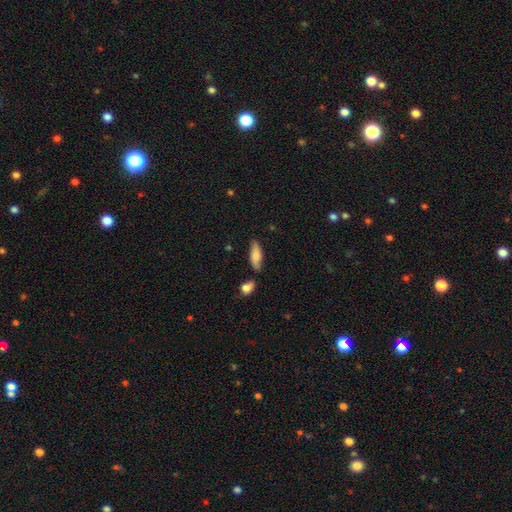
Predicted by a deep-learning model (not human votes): This appears to be a smooth galaxy with no disk features (74%) that is in between round and cigar-shaped (58%). Merging: none (69%).